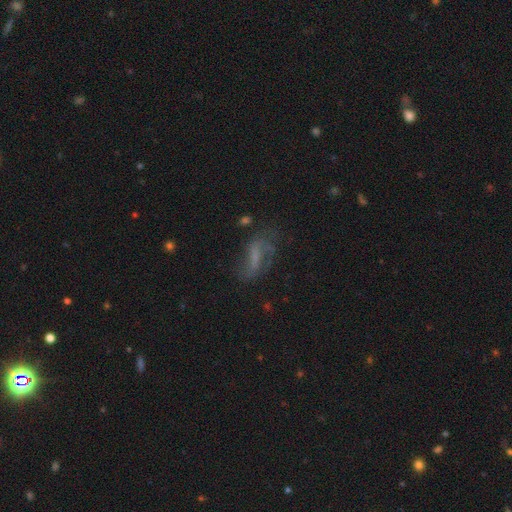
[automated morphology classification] featured or disk 52%, smooth 32%, star or artifact 16%. Down the decision tree: edge-on disk — no (88%); merging — none (49%).